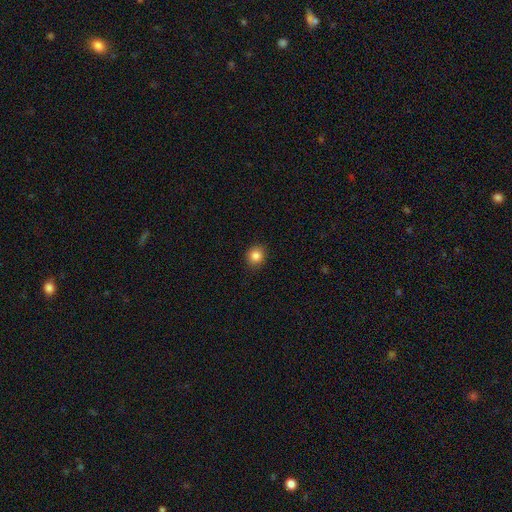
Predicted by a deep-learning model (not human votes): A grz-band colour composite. It shows a smooth galaxy with no disk features (85%) that is round (83%). Merging: none (89%).